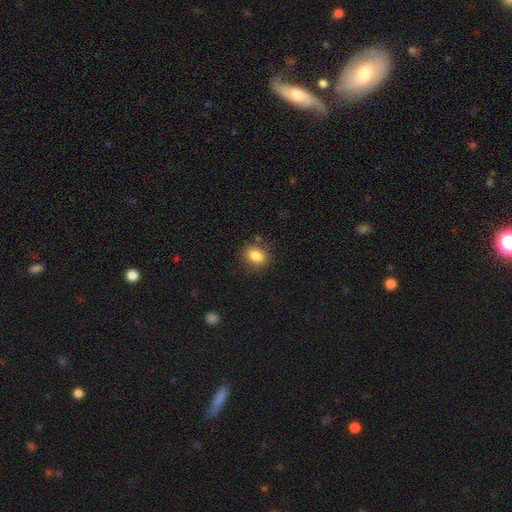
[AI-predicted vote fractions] Morphology: type=smooth (85%); roundness=in between (56%); merging=none (83%).